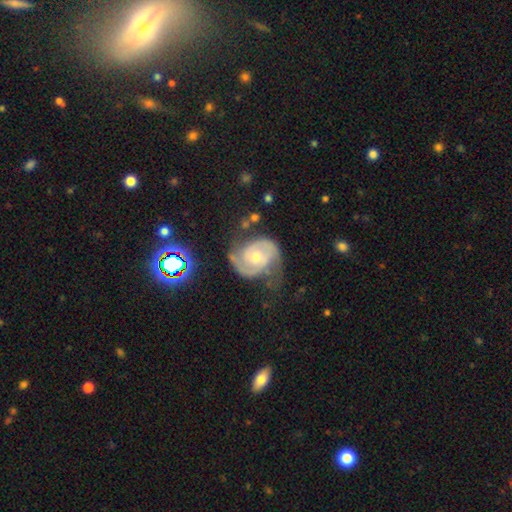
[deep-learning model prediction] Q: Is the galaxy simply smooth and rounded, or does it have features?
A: featured or disk — 85%.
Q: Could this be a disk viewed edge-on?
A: no — 98%.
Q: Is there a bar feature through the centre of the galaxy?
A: no — 66%.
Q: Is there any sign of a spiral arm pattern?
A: yes — 96%.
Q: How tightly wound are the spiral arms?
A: tight — 46%.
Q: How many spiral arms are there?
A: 2 — 84%.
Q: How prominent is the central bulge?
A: moderate — 58%.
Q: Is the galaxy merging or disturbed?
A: none — 57%.